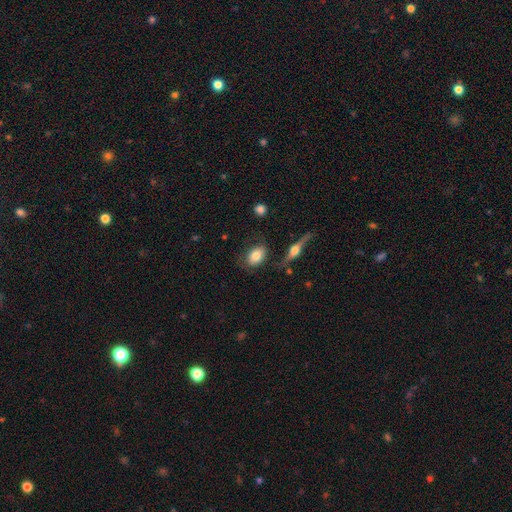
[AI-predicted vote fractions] smooth 73%, featured or disk 20%, star or artifact 7%. Down the decision tree: how rounded — in between (80%); merging — none (67%).